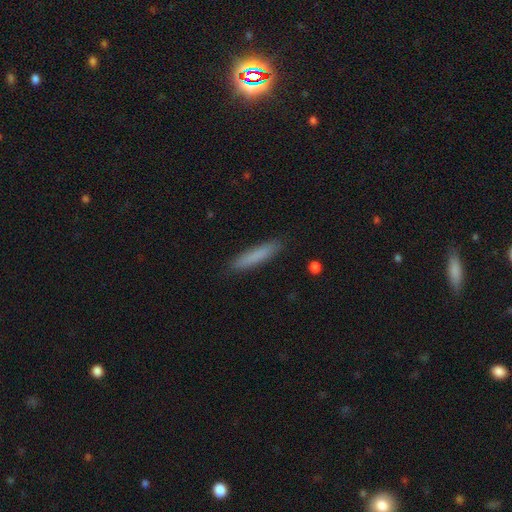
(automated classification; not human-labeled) This appears to be a smooth galaxy with no disk features (82%) that is cigar-shaped (88%). Merging: none (89%).